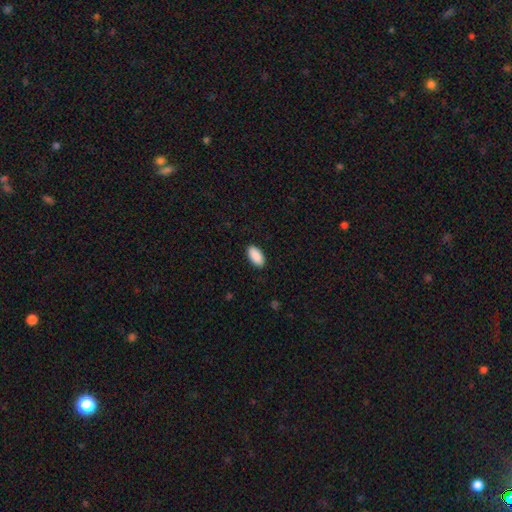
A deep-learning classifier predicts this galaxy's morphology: smooth_or_featured: smooth (p=0.91) [alt: star or artifact p=0.06]
how_rounded: in between (p=0.95) [alt: cigar-shaped p=0.03]
merging: none (p=0.89) [alt: minor disturbance p=0.08]